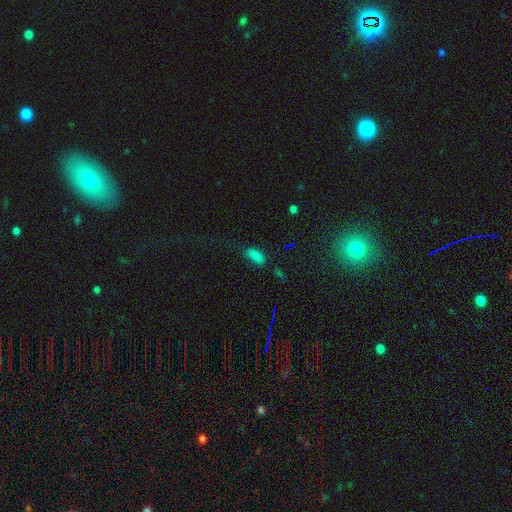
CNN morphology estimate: smooth-or-featured: smooth: 78% | star or artifact: 16% | featured or disk: 6%
  how-rounded: in between: 85% | cigar-shaped: 11% | round: 3%
  merging: none: 59% | minor disturbance: 27% | major disturbance: 10% | merger: 4%